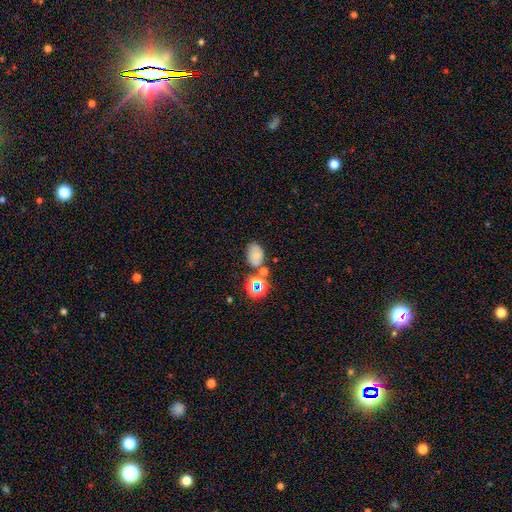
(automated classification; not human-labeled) smooth_or_featured: smooth (p=0.69) [alt: star or artifact p=0.20]
how_rounded: in between (p=0.80) [alt: round p=0.19]
merging: none (p=0.63) [alt: minor disturbance p=0.16]